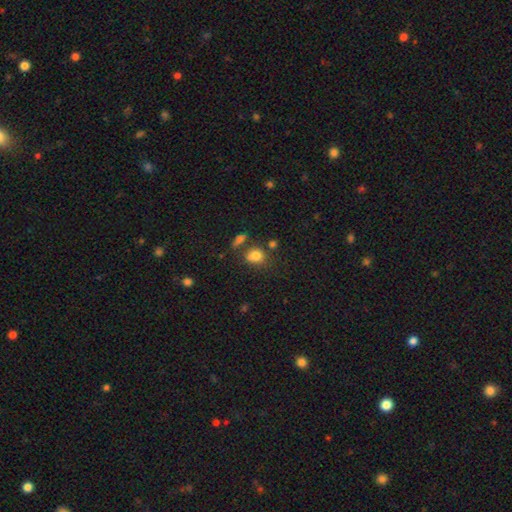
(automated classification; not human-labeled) A smooth galaxy with no disk features (78%) that is round (59%).

Vote fractions:
- Smooth or featured? smooth: 78% / star or artifact: 13% / featured or disk: 9%
- How rounded? round: 59% / in between: 39% / cigar-shaped: 2%
- Merging? none: 55% / merger: 20% / minor disturbance: 18% / major disturbance: 7%